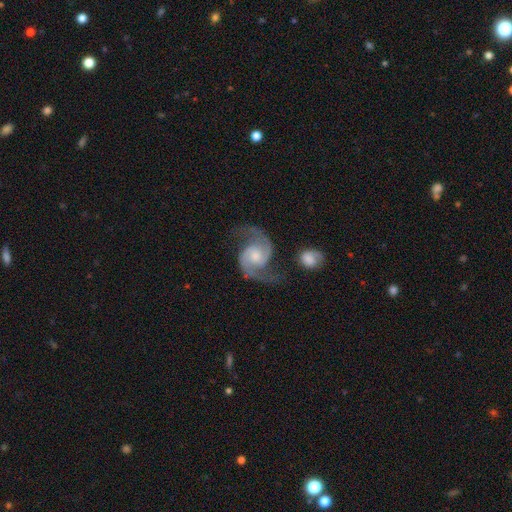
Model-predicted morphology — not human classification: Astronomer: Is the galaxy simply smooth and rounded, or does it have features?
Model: featured or disk — 93%.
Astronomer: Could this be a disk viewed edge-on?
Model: no — 98%.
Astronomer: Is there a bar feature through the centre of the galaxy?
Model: no — 62%.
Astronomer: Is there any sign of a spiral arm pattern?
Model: yes — 98%.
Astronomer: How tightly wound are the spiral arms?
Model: medium — 57%.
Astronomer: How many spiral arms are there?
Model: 2 — 95%.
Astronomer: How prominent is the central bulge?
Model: moderate — 51% (runner-up: small, 30%).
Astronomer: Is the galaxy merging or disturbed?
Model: none — 69%.